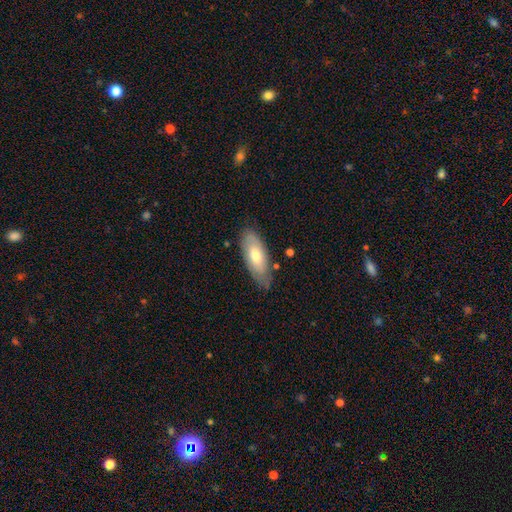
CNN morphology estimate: Smooth or featured? smooth (60%)
How rounded? in between (83%)
Merging? none (74%)